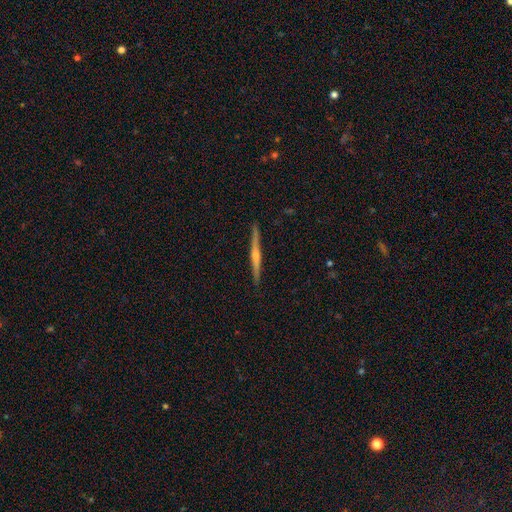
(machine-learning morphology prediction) Smooth or featured: featured or disk — 74% (smooth — 21%)
Edge-on disk: yes — 98% (no — 2%)
Edge-on bulge: rounded — 75% (none — 15%)
Merging: none — 91% (minor disturbance — 6%)